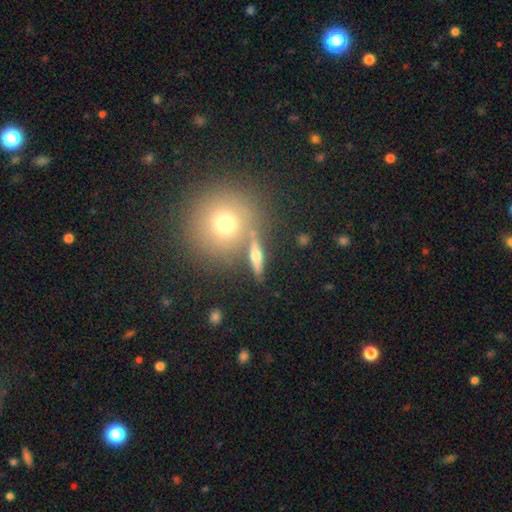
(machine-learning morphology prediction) This is possibly a smooth galaxy (49%). Merging: likely none (73%).